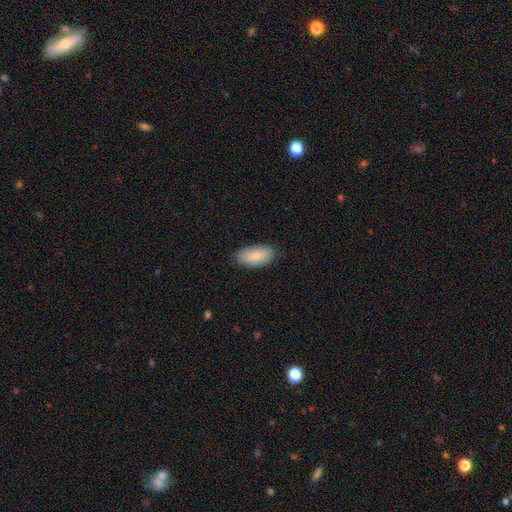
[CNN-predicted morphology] smooth_or_featured: smooth (p=0.80) [alt: featured or disk p=0.14]
how_rounded: in between (p=0.93) [alt: cigar-shaped p=0.05]
merging: none (p=0.84) [alt: minor disturbance p=0.12]